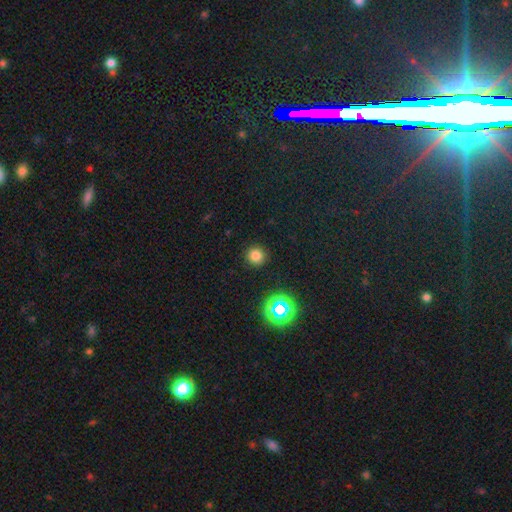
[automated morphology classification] The model was most divided on "smooth or featured": smooth: 76%, star or artifact: 18%, featured or disk: 5%. More confident: how rounded — round (95%); merging — none (91%).